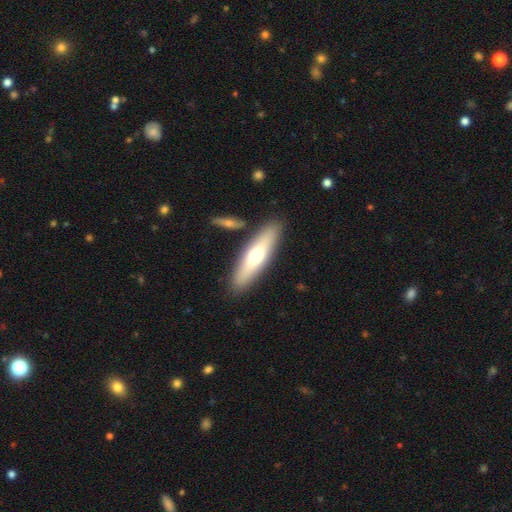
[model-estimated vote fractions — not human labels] Smooth or featured? Predicted: smooth (p=0.58). How rounded? Predicted: cigar-shaped (p=0.61). Merging? Predicted: none (p=0.85).